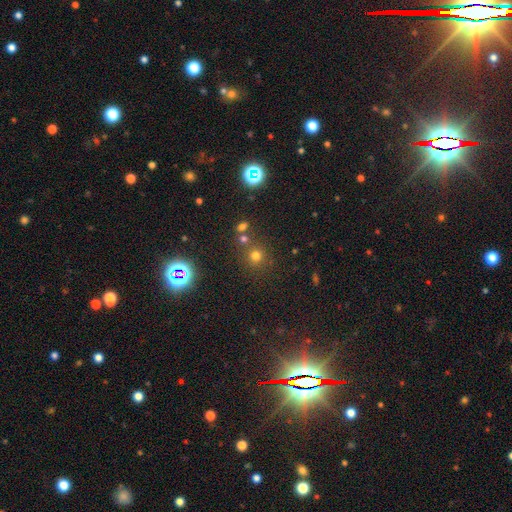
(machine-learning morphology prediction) type=smooth (65%); roundness=round (91%); merging=none (74%).